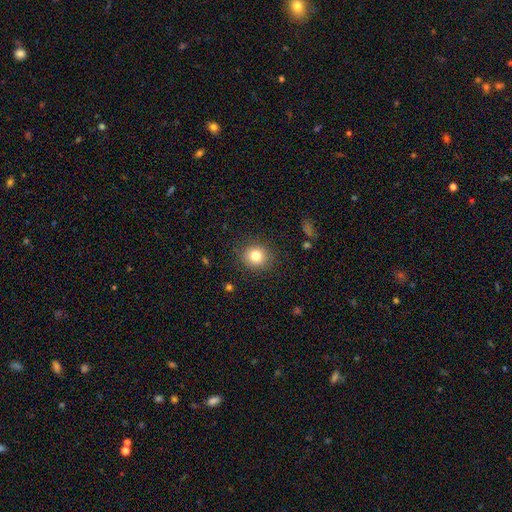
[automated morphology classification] This is clearly a smooth galaxy (80%). How rounded: clearly round (84%). Merging: clearly none (86%).